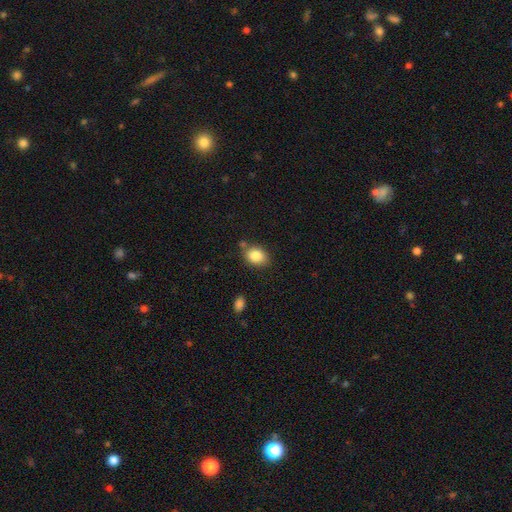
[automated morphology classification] Overall: smooth (85%). How rounded: in between (64%; round 35%). Merging: none (75%).